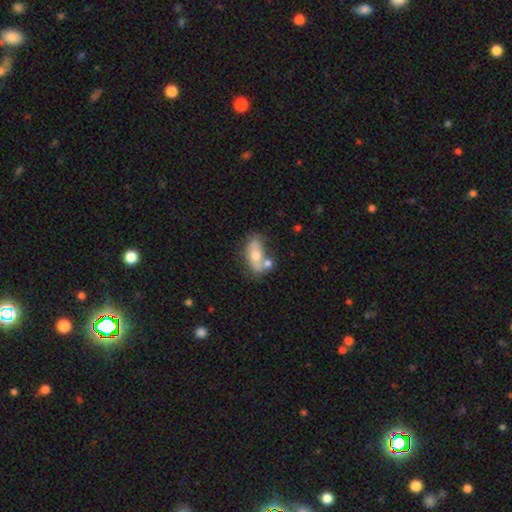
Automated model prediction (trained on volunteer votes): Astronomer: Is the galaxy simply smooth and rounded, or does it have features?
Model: smooth — 53% (runner-up: featured or disk, 40%).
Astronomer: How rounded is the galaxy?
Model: in between — 82%.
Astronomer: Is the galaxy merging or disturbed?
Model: none — 42% (runner-up: merger, 32%).